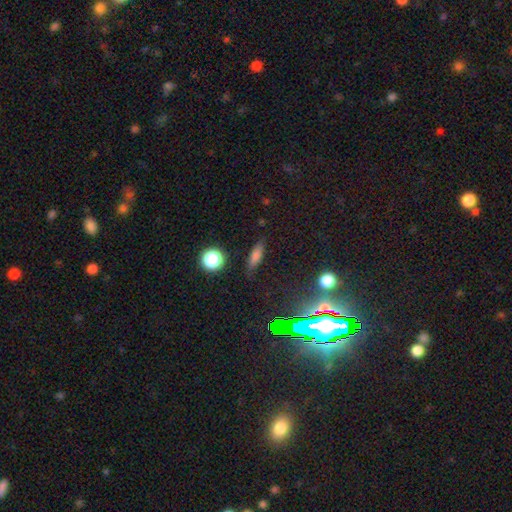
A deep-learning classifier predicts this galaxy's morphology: smooth_or_featured: smooth (p=0.72) [alt: featured or disk p=0.14]
how_rounded: cigar-shaped (p=0.54) [alt: in between p=0.40]
merging: none (p=0.80) [alt: minor disturbance p=0.14]